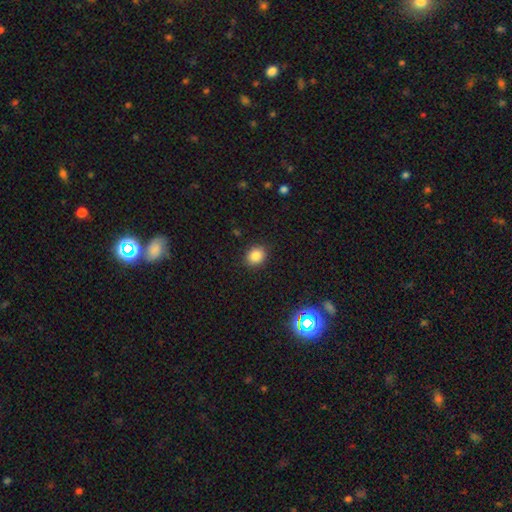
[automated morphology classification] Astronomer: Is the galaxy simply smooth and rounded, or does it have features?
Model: smooth — 85%.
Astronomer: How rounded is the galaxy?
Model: round — 57% (runner-up: in between, 42%).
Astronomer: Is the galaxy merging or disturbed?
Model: none — 88%.